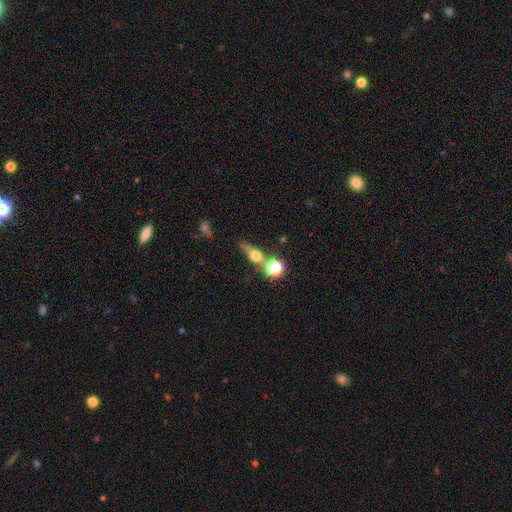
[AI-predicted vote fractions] Q: Smooth or featured?
A: smooth (51%); runner-up: featured or disk (32%)
Q: How rounded?
A: in between (37%); runner-up: round (32%)
Q: Merging?
A: none (50%); runner-up: merger (26%)